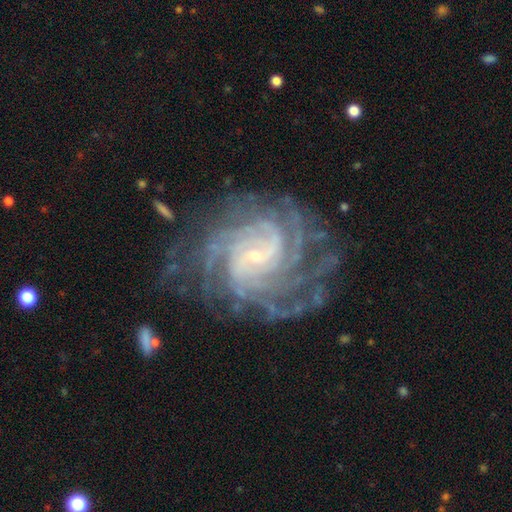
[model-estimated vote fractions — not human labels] smooth-or-featured: featured or disk: 91% | star or artifact: 6% | smooth: 3%
  disk-edge-on: no: 98% | yes: 2%
    bar: no: 46% | weak: 40% | strong: 14%
    has-spiral-arms: yes: 98% | no: 2%
      spiral-winding: tight: 73% | medium: 23% | loose: 4%
      spiral-arm-count: more than 4: 27% | 4: 25% | can't tell: 18% | 3: 12% | 2: 10% | 1: 8%
    bulge-size: small: 85% | moderate: 10% | none: 2% | large: 1% | dominant: 1%
  merging: none: 74% | minor disturbance: 16% | major disturbance: 8% | merger: 2%